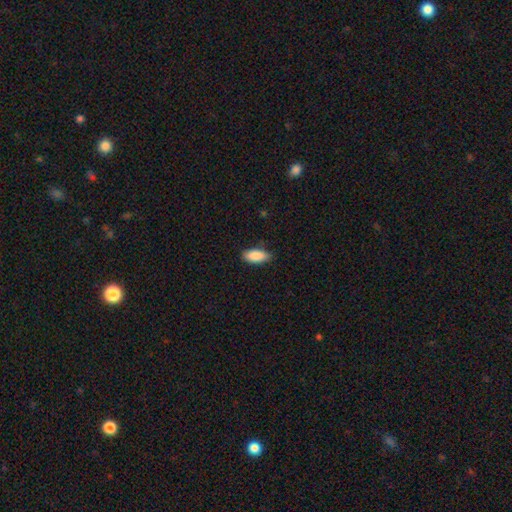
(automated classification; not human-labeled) This appears to be a smooth galaxy with no disk features (89%) that is in between round and cigar-shaped (88%). Merging: none (83%).